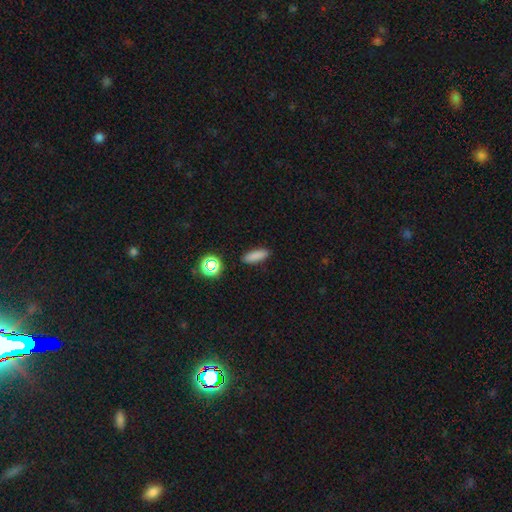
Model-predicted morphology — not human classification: Smooth or featured: smooth — 83% (star or artifact — 11%)
How rounded: in between — 53% (cigar-shaped — 43%)
Merging: none — 89% (minor disturbance — 8%)